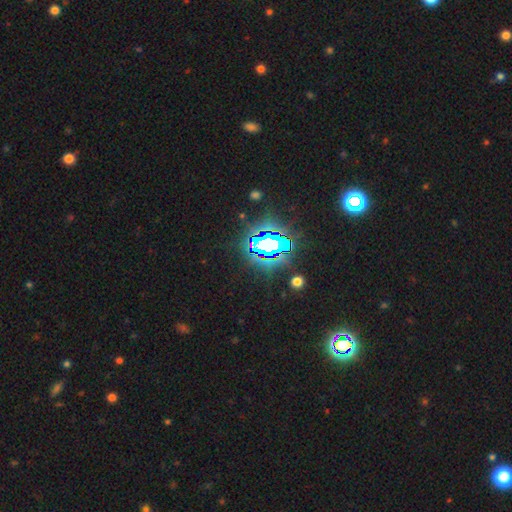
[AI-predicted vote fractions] Smooth or featured: star or artifact — 81% (smooth — 11%)